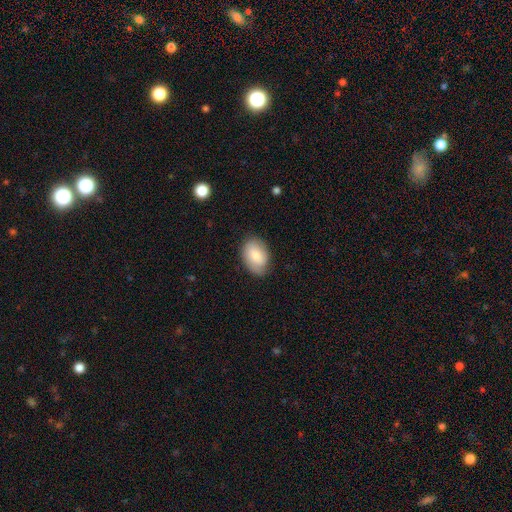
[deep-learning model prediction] Smooth or featured: smooth — 77% (featured or disk — 17%)
How rounded: in between — 84% (round — 15%)
Merging: none — 78% (minor disturbance — 17%)